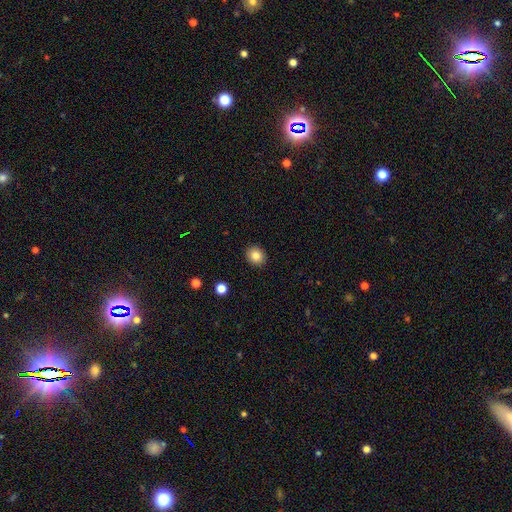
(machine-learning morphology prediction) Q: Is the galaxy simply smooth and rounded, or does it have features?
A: smooth — 84%.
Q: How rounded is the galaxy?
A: round — 73%.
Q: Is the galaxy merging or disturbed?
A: none — 91%.